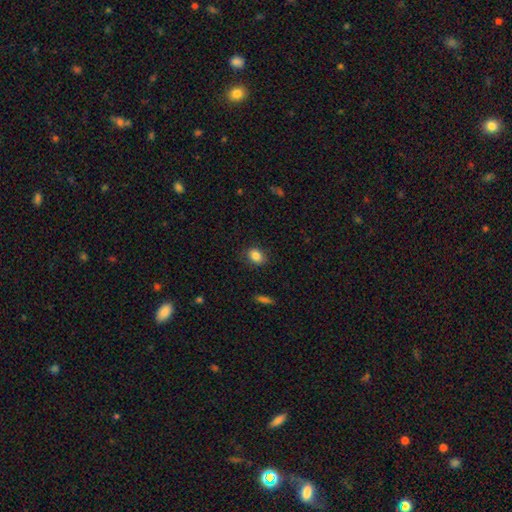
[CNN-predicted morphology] The model was most divided on "how rounded": in between: 63%, round: 35%, cigar-shaped: 1%. More confident: merging — none (85%); smooth or featured — smooth (85%).